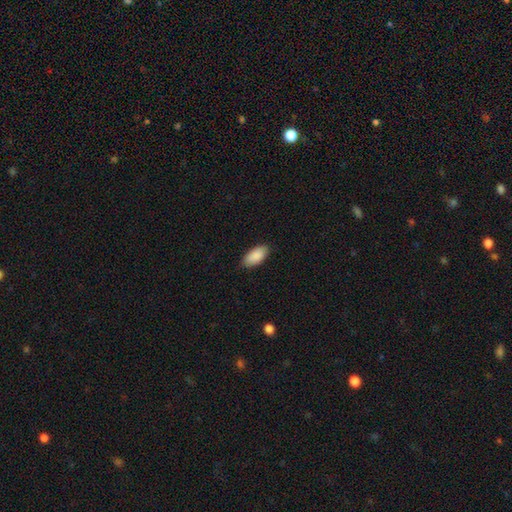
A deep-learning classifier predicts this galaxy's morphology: Smooth or featured: smooth — 90% (star or artifact — 6%)
How rounded: in between — 93% (cigar-shaped — 5%)
Merging: none — 86% (minor disturbance — 11%)